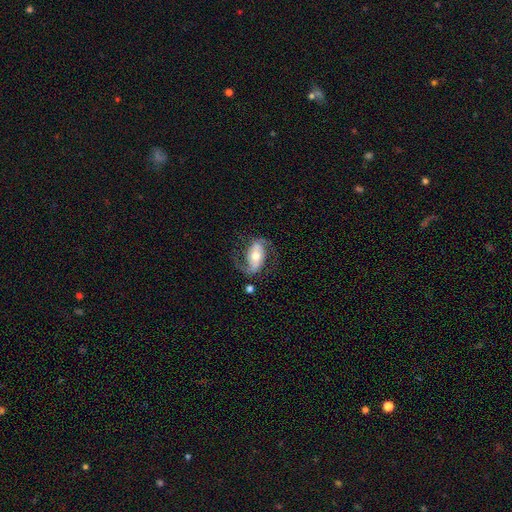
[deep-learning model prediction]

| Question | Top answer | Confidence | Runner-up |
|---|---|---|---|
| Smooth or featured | featured or disk | 81% | smooth (14%) |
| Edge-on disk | no | 96% | yes (4%) |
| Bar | strong | 34% | weak (33%) |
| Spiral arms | yes | 93% | no (7%) |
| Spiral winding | loose | 44% | medium (43%) |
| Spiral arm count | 2 | 87% | 1 (6%) |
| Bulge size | moderate | 67% | small (20%) |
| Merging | none | 66% | minor disturbance (17%) |